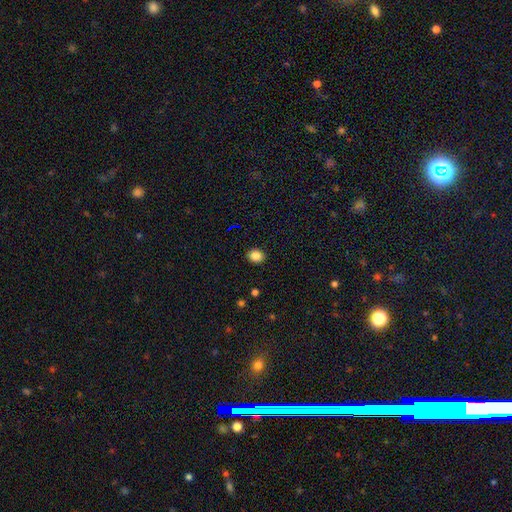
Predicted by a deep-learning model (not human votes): Smooth or featured? smooth (84%)
How rounded? round (59%)
Merging? none (91%)